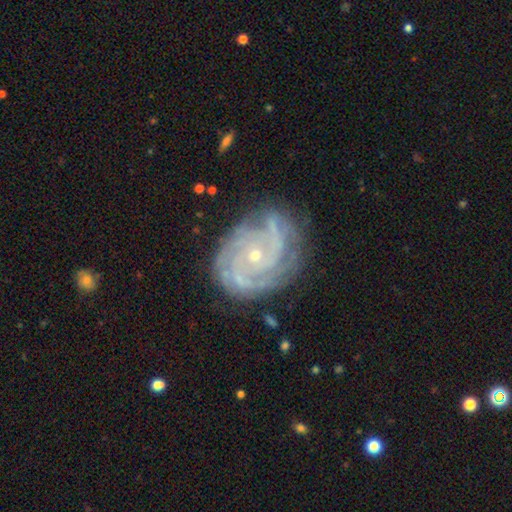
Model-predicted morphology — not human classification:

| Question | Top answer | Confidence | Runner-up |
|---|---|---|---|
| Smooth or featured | featured or disk | 90% | star or artifact (6%) |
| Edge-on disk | no | 98% | yes (2%) |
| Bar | no | 77% | weak (18%) |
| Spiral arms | yes | 98% | no (2%) |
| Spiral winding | tight | 74% | medium (23%) |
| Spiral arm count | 3 | 29% | 4 (22%) |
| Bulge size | small | 75% | moderate (22%) |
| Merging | none | 76% | minor disturbance (17%) |